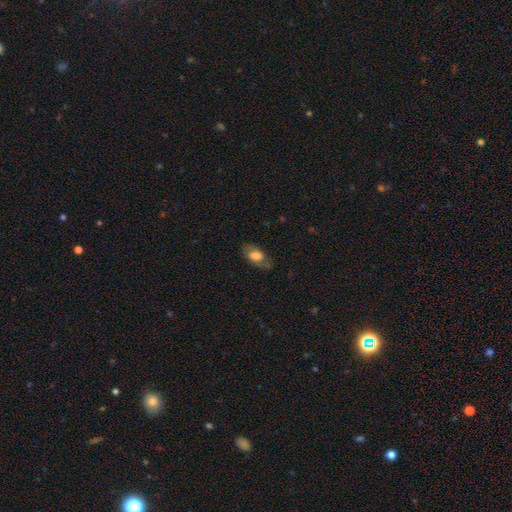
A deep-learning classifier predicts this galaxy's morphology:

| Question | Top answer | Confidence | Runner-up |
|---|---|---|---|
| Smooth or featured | smooth | 59% | featured or disk (33%) |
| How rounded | in between | 89% | round (6%) |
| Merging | none | 68% | minor disturbance (21%) |